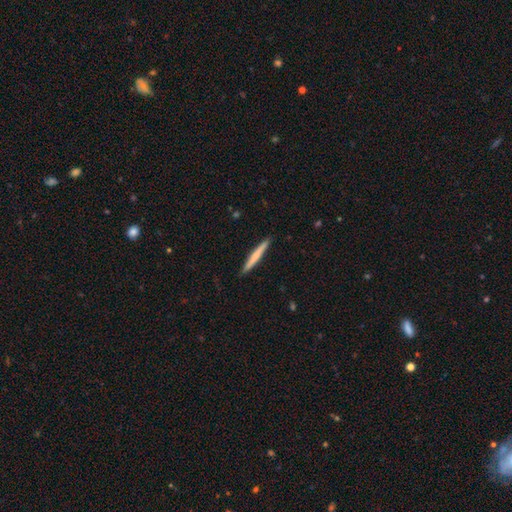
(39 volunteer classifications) Smooth or featured? smooth (46%, tied with featured or disk)
How rounded? cigar-shaped (100%)
Merging? none (92%)